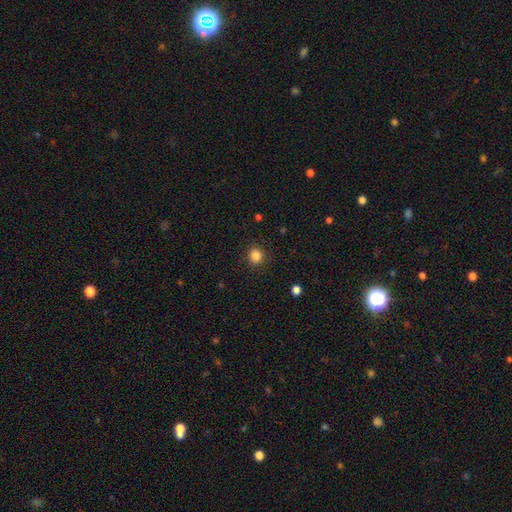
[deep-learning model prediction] Smooth or featured? Predicted: smooth (p=0.85). How rounded? Predicted: round (p=0.85). Merging? Predicted: none (p=0.90).